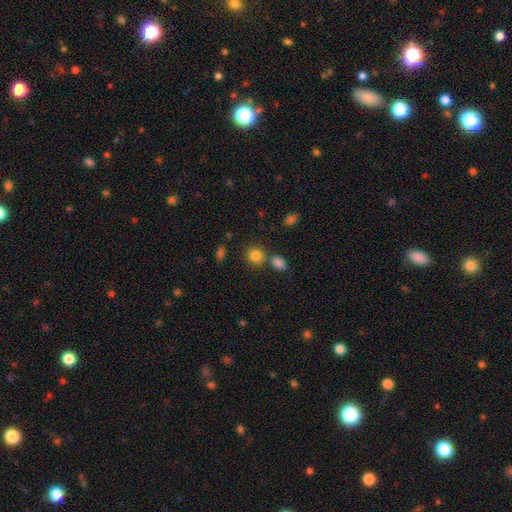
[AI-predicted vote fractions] Smooth or featured? smooth (84%)
How rounded? round (75%)
Merging? none (68%)